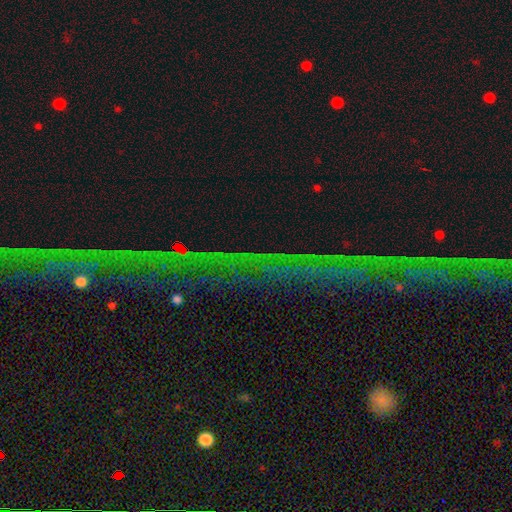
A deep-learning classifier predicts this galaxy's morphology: Smooth or featured? Predicted: star or artifact (p=0.79).